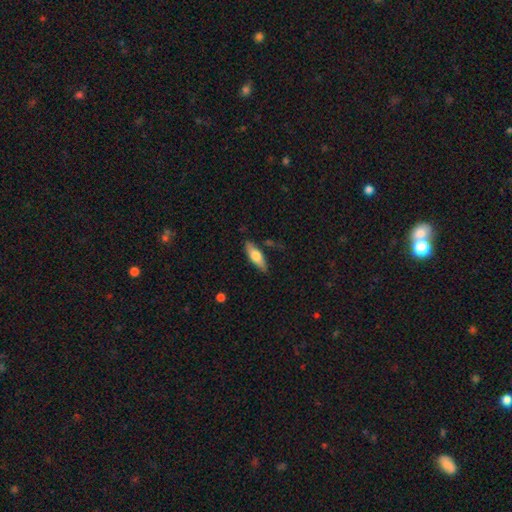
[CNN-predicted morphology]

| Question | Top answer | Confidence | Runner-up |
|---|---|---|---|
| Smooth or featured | smooth | 64% | featured or disk (31%) |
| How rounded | in between | 52% | cigar-shaped (46%) |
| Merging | none | 81% | minor disturbance (13%) |